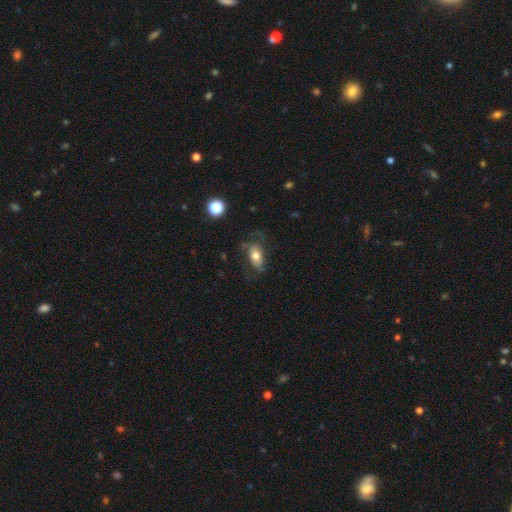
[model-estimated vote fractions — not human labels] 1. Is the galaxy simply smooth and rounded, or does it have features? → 53% smooth, 39% featured or disk, 8% star or artifact.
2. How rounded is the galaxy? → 86% in between, 8% round, 6% cigar-shaped.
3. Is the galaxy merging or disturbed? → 55% none, 23% minor disturbance, 20% major disturbance, 2% merger.